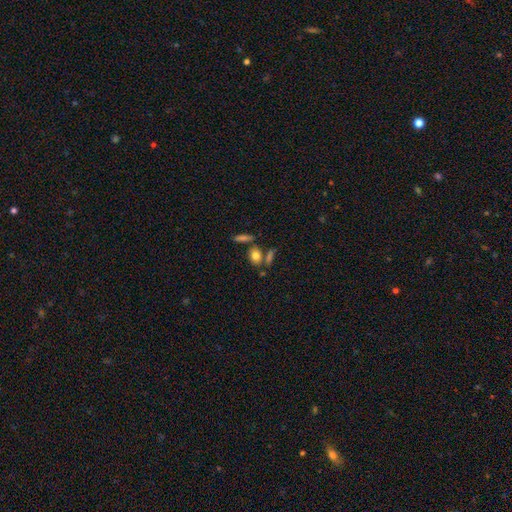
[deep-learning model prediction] This is likely a smooth galaxy (76%). How rounded: possibly in between (59%). Merging: likely none (63%).